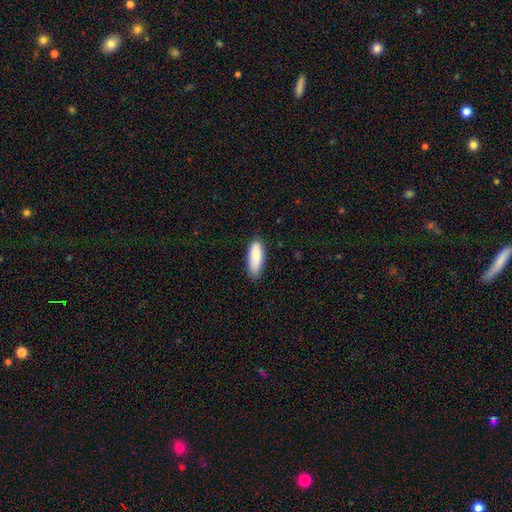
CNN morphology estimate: Smooth or featured? smooth (85%)
How rounded? in between (64%)
Merging? none (82%)